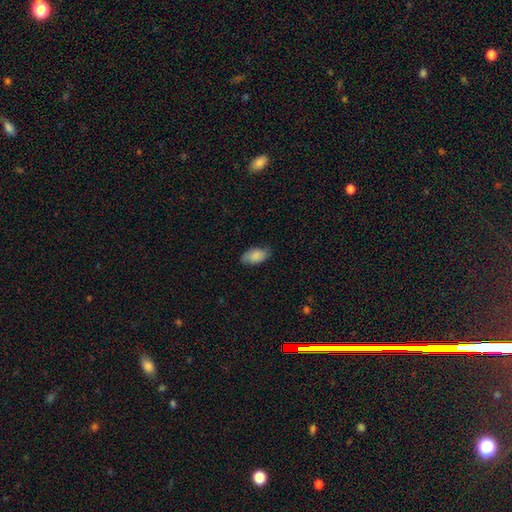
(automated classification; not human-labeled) The model was most divided on "merging": none: 79%, minor disturbance: 17%, major disturbance: 3%, merger: 1%. More confident: how rounded — in between (94%); smooth or featured — smooth (85%).